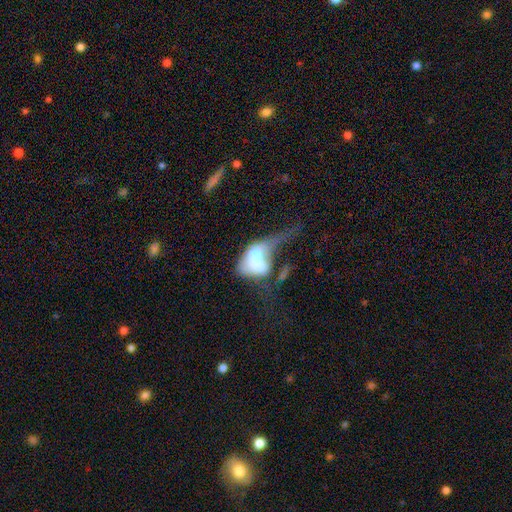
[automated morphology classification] smooth 52%, featured or disk 39%, star or artifact 9%. Down the decision tree: how rounded — in between (77%); merging — merger (49%).